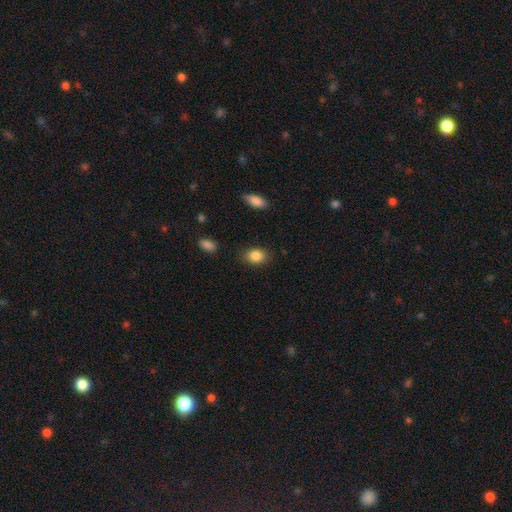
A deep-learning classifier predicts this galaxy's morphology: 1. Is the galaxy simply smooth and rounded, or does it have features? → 86% smooth, 8% star or artifact, 5% featured or disk.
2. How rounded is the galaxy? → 69% in between, 30% round, 1% cigar-shaped.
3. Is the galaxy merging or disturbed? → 84% none, 11% minor disturbance, 3% major disturbance, 2% merger.